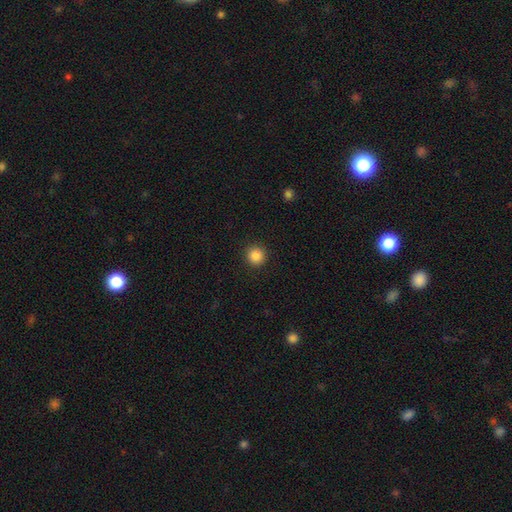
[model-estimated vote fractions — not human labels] A smooth galaxy with no disk features (87%) that is round (95%). Merging: none (92%).